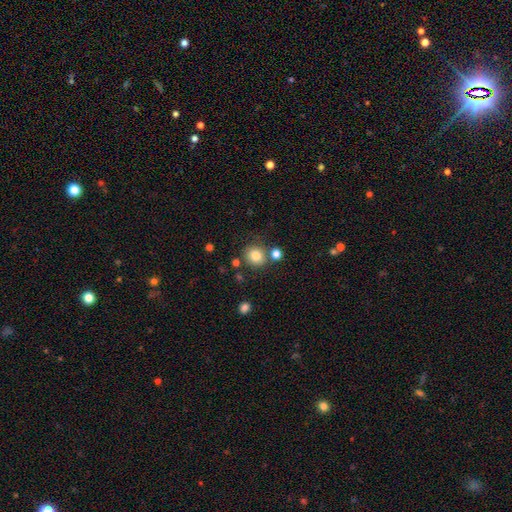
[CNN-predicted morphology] This is clearly a smooth galaxy (82%). How rounded: clearly round (85%). Merging: likely none (75%).